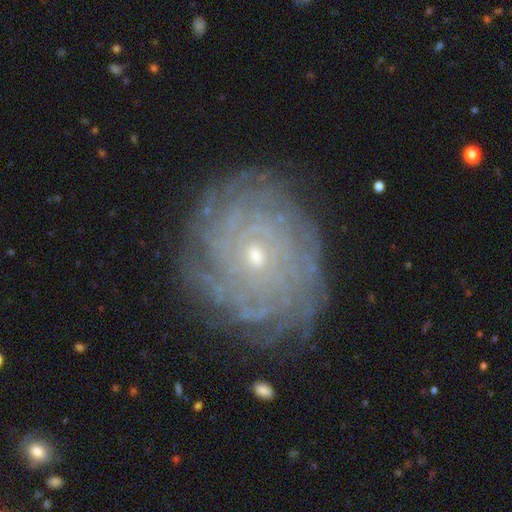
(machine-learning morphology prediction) This appears to be a featured or disk galaxy (83%) with no bar (77%), tight (86%) spiral arms (95%) and a small central bulge (69%). Merging: none (83%).